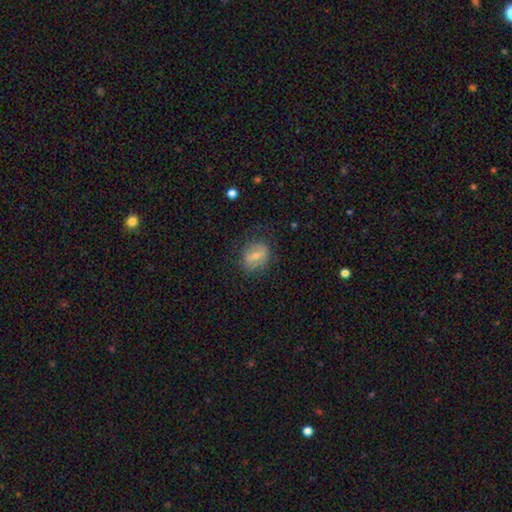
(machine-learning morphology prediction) Q: Smooth or featured?
A: smooth (53%); runner-up: featured or disk (38%)
Q: How rounded?
A: round (55%); runner-up: in between (43%)
Q: Merging?
A: none (69%); runner-up: minor disturbance (19%)